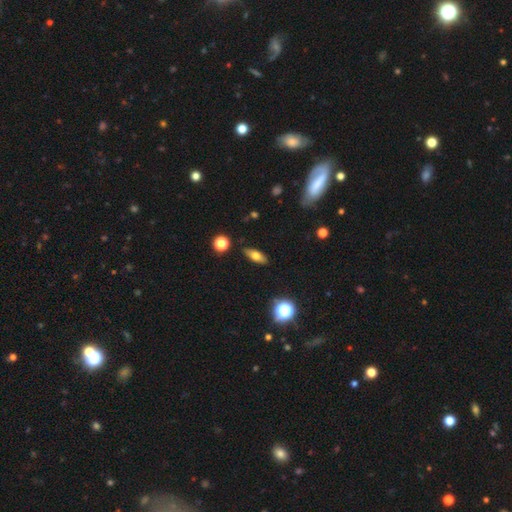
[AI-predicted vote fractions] smooth-or-featured: smooth: 67% | featured or disk: 23% | star or artifact: 10%
  how-rounded: in between: 73% | cigar-shaped: 22% | round: 6%
  merging: none: 87% | minor disturbance: 9% | major disturbance: 2% | merger: 2%